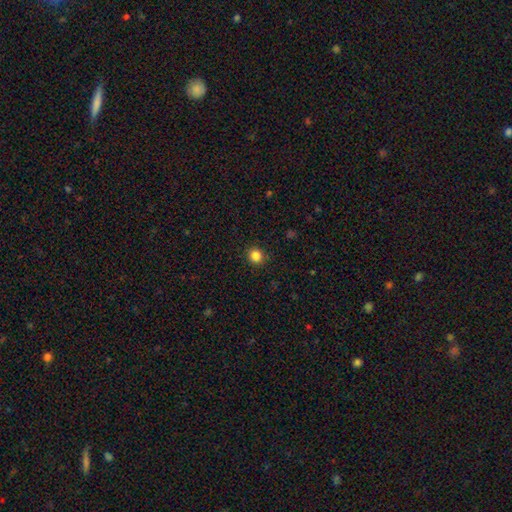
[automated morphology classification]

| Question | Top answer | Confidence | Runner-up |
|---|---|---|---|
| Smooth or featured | smooth | 85% | star or artifact (12%) |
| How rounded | round | 90% | in between (9%) |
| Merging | none | 91% | minor disturbance (6%) |